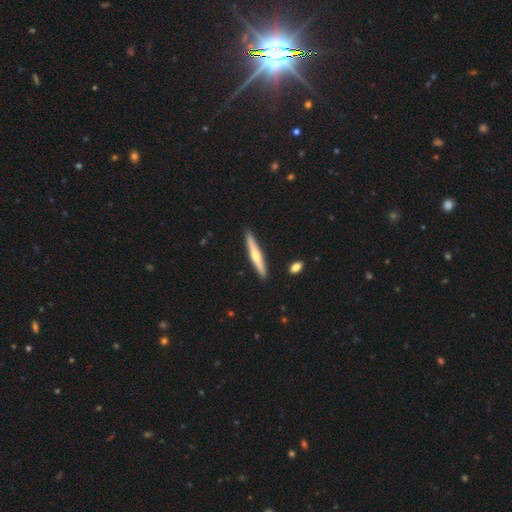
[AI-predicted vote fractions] This is possibly a featured or disk galaxy (52%). It is clearly viewed edge-on (96%). Merging: clearly none (90%).